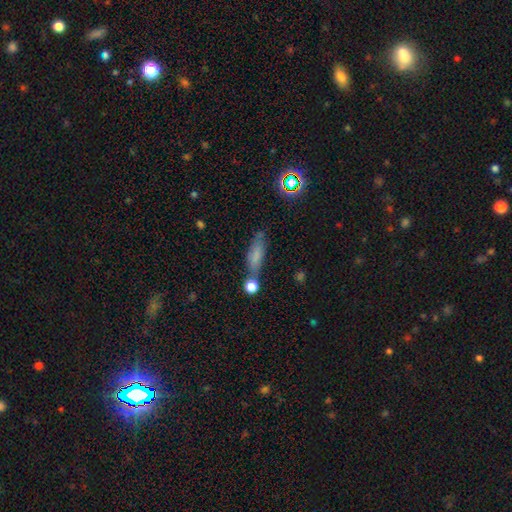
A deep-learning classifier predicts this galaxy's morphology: This is likely a smooth galaxy (67%). How rounded: possibly cigar-shaped (55%). Merging: possibly none (59%).